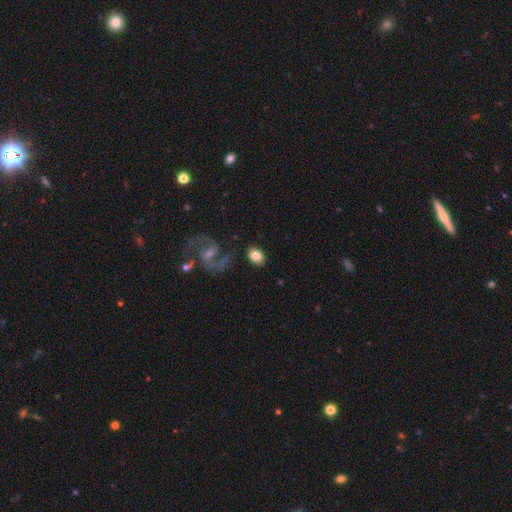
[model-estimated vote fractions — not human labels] Q: Smooth or featured?
A: smooth (76%); runner-up: featured or disk (17%)
Q: How rounded?
A: in between (78%); runner-up: round (21%)
Q: Merging?
A: none (78%); runner-up: minor disturbance (12%)